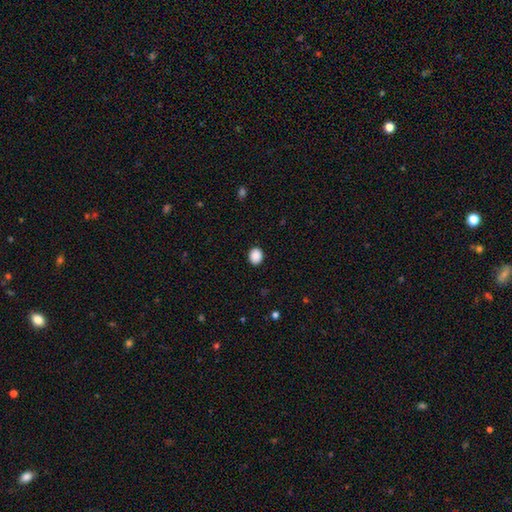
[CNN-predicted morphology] A smooth galaxy with no disk features (90%) that is round (64%).

Vote fractions:
- Smooth or featured? smooth: 90% / star or artifact: 8% / featured or disk: 2%
- How rounded? round: 64% / in between: 35% / cigar-shaped: 1%
- Merging? none: 91% / minor disturbance: 6% / major disturbance: 2% / merger: 1%